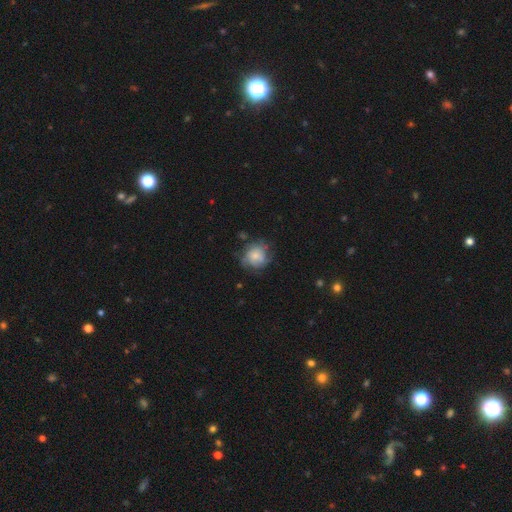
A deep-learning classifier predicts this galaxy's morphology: Smooth or featured? Predicted: smooth (p=0.55). How rounded? Predicted: round (p=0.82). Merging? Predicted: none (p=0.62).